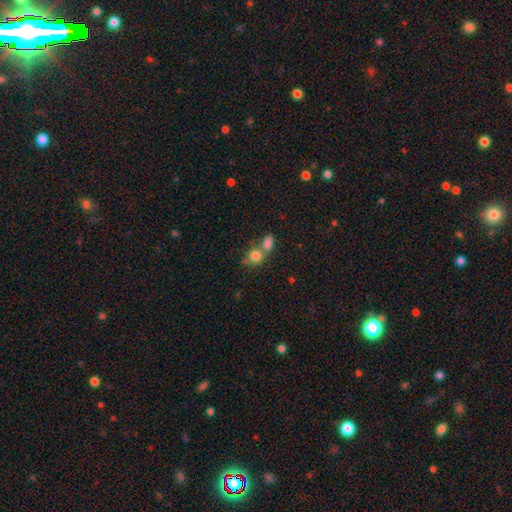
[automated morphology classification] smooth-or-featured: smooth: 80% | star or artifact: 10% | featured or disk: 9%
  how-rounded: round: 68% | in between: 30% | cigar-shaped: 2%
  merging: merger: 47% | none: 39% | minor disturbance: 9% | major disturbance: 4%